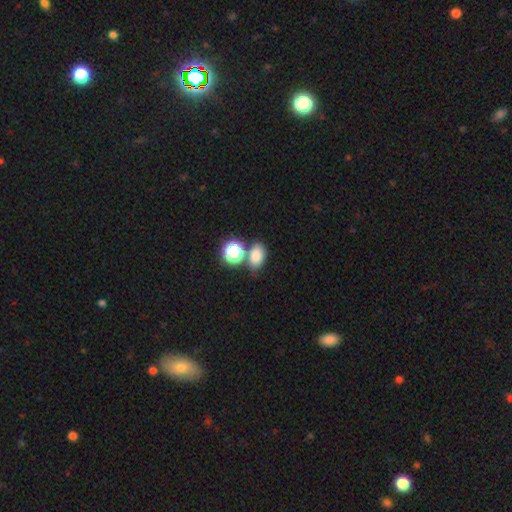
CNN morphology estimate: Smooth or featured?
  - smooth: 78% *
  - star or artifact: 15%
  - featured or disk: 7%
How rounded?
  - in between: 76% *
  - round: 22%
  - cigar-shaped: 1%
Merging?
  - none: 64% *
  - merger: 20%
  - minor disturbance: 12%
  - major disturbance: 4%